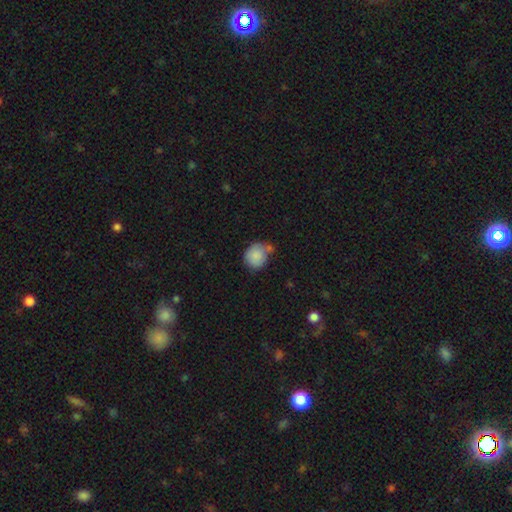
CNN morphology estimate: A smooth galaxy with no disk features (86%) that is round (78%).

Vote fractions:
- Smooth or featured? smooth: 86% / star or artifact: 7% / featured or disk: 7%
- How rounded? round: 78% / in between: 21% / cigar-shaped: 1%
- Merging? none: 52% / minor disturbance: 22% / merger: 19% / major disturbance: 6%